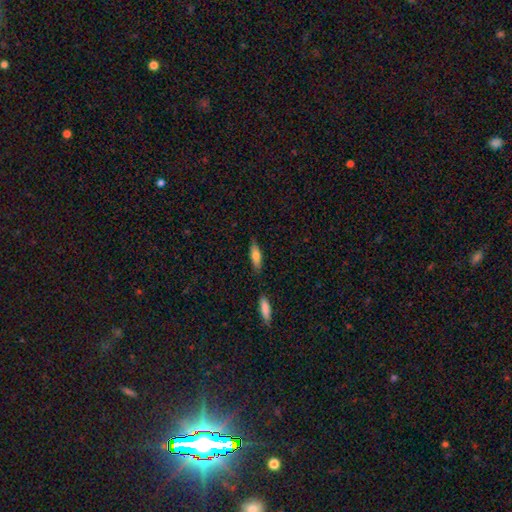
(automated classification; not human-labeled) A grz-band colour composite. It shows a smooth galaxy with no disk features (72%) that is cigar-shaped (56%). Merging: none (79%).